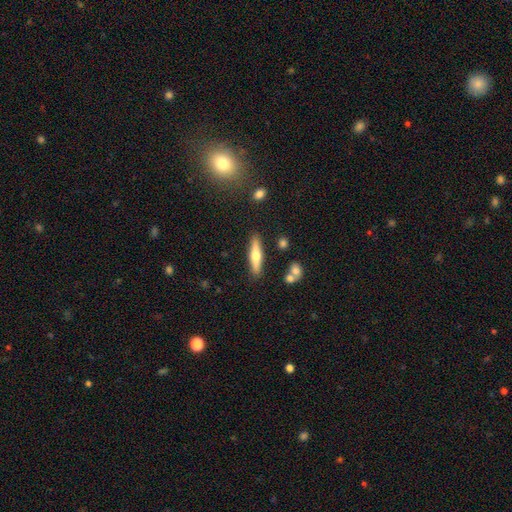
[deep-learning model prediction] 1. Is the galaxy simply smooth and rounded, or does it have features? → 48% smooth, 46% featured or disk, 6% star or artifact.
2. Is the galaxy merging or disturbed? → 85% none, 9% minor disturbance, 4% merger, 2% major disturbance.